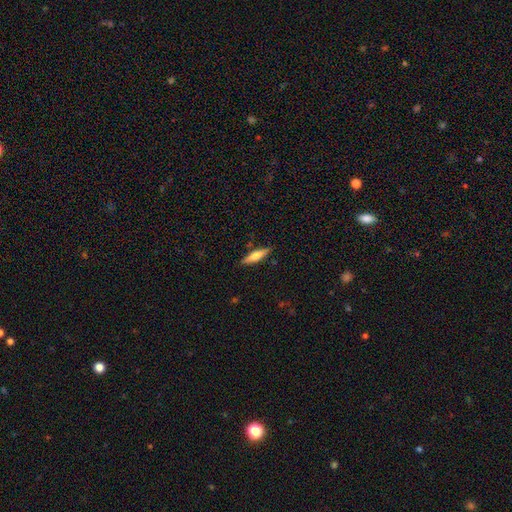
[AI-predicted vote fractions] A smooth galaxy with no disk features (51%) that is cigar-shaped (72%).

Vote fractions:
- Smooth or featured? smooth: 51% / featured or disk: 43% / star or artifact: 6%
- How rounded? cigar-shaped: 72% / in between: 26% / round: 2%
- Merging? none: 87% / minor disturbance: 9% / major disturbance: 2% / merger: 2%